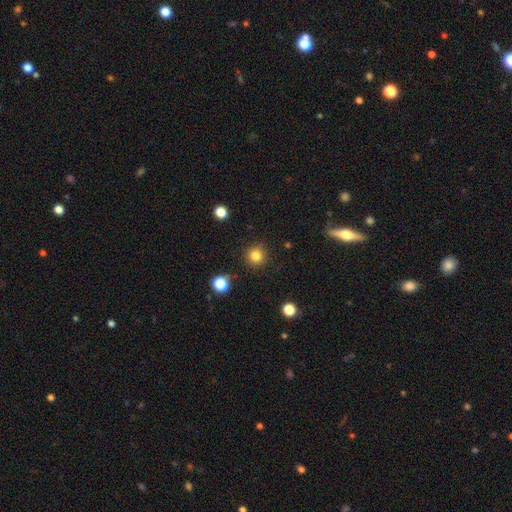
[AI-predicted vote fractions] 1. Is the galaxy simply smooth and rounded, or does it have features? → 83% smooth, 12% star or artifact, 5% featured or disk.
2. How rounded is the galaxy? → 94% round, 5% in between, 1% cigar-shaped.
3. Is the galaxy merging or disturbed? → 90% none, 6% minor disturbance, 2% major disturbance, 1% merger.